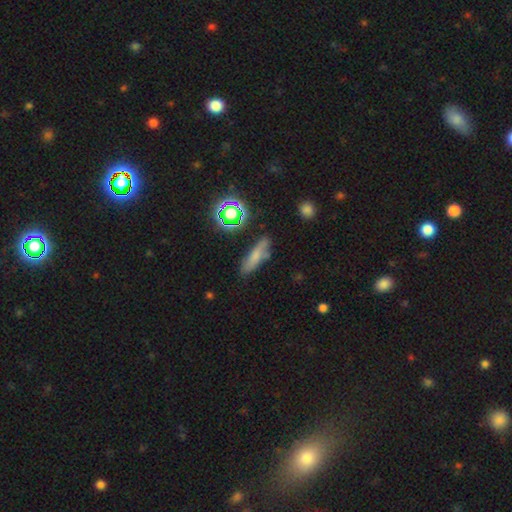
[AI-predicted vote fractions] This is likely a smooth galaxy (65%). How rounded: likely cigar-shaped (60%). Merging: likely none (72%).